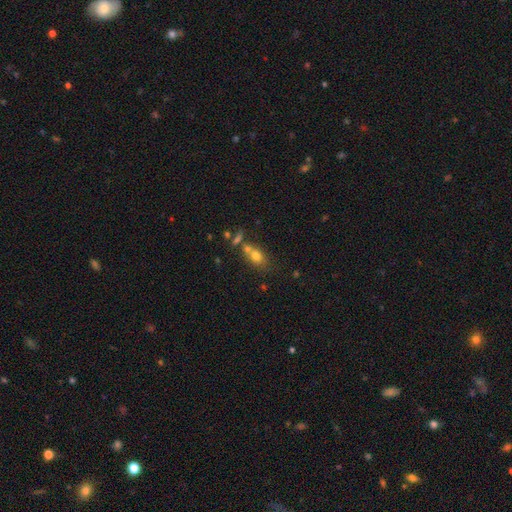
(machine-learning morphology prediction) Smooth or featured: smooth — 72% (featured or disk — 15%)
How rounded: in between — 64% (round — 32%)
Merging: none — 43% (merger — 36%)